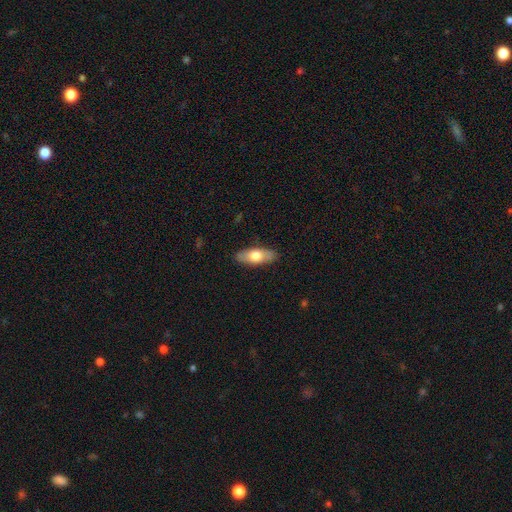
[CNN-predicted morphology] Overall: smooth (67%; featured or disk 27%). How rounded: in between (75%). Merging: none (88%).